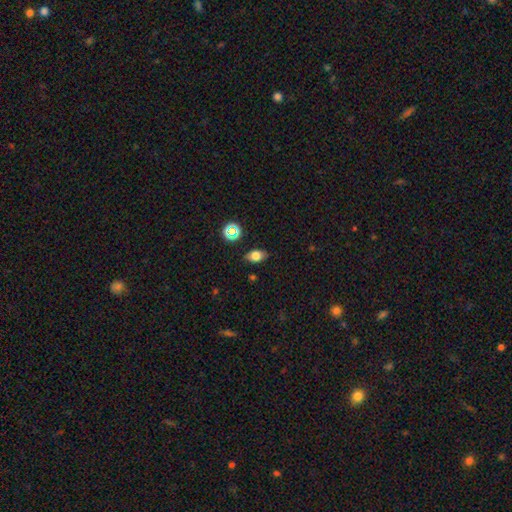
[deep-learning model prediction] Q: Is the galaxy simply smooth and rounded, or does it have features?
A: smooth — 74%.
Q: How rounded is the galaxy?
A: in between — 83%.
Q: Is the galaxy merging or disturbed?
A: none — 84%.